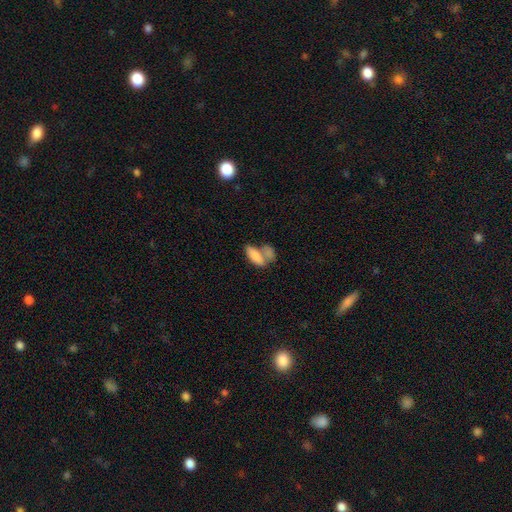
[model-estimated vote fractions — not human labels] This is clearly a smooth galaxy (81%). How rounded: clearly in between (83%). Merging: possibly merger (55%).